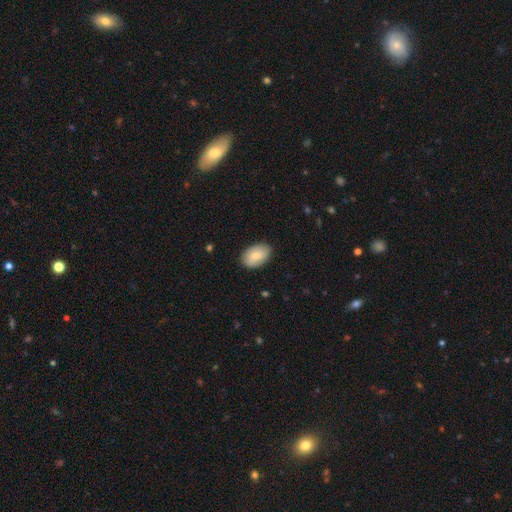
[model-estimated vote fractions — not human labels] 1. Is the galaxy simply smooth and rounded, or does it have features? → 77% smooth, 17% featured or disk, 6% star or artifact.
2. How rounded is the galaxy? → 90% in between, 9% round, 1% cigar-shaped.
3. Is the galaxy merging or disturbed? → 85% none, 12% minor disturbance, 2% major disturbance, 1% merger.